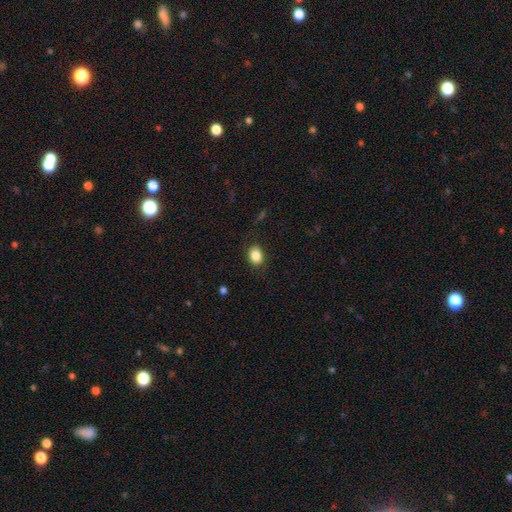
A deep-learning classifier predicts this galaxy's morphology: Smooth or featured? smooth (86%)
How rounded? in between (62%)
Merging? none (85%)